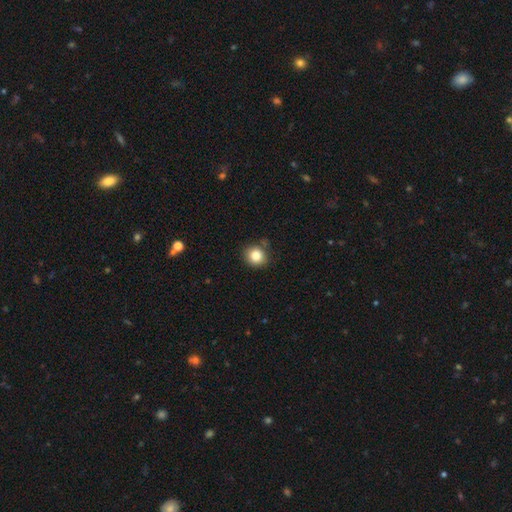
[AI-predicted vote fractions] Smooth or featured?
  - smooth: 84% *
  - star or artifact: 10%
  - featured or disk: 6%
How rounded?
  - round: 86% *
  - in between: 13%
  - cigar-shaped: 1%
Merging?
  - none: 81% *
  - minor disturbance: 13%
  - merger: 4%
  - major disturbance: 3%